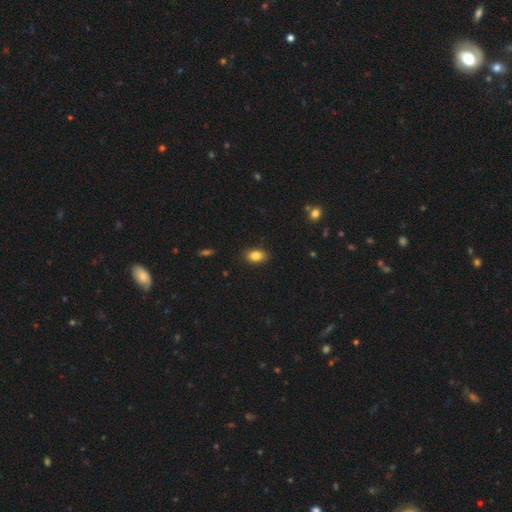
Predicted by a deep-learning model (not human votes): A smooth galaxy with no disk features (85%) that is in between round and cigar-shaped (82%).

Vote fractions:
- Smooth or featured? smooth: 85% / star or artifact: 9% / featured or disk: 6%
- How rounded? in between: 82% / round: 17% / cigar-shaped: 2%
- Merging? none: 86% / minor disturbance: 10% / major disturbance: 2% / merger: 1%